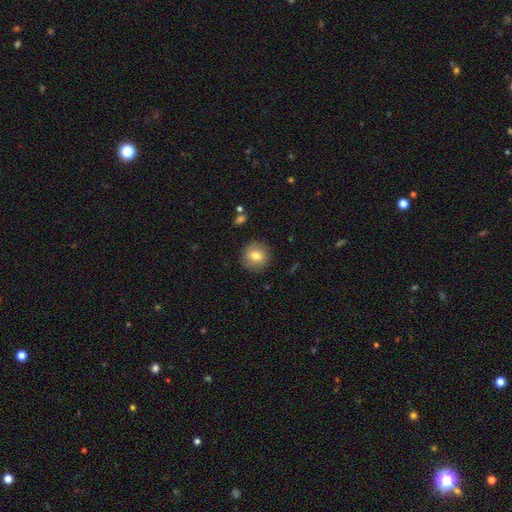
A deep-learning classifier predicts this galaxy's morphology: Smooth or featured? smooth (75%)
How rounded? round (90%)
Merging? none (88%)